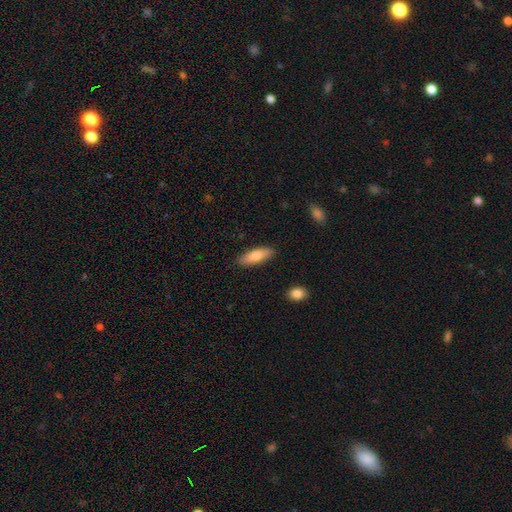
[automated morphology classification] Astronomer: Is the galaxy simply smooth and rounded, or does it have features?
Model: smooth — 75%.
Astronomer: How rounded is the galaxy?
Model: cigar-shaped — 49%, tied with in between at 49%.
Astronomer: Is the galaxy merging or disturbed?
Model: none — 88%.